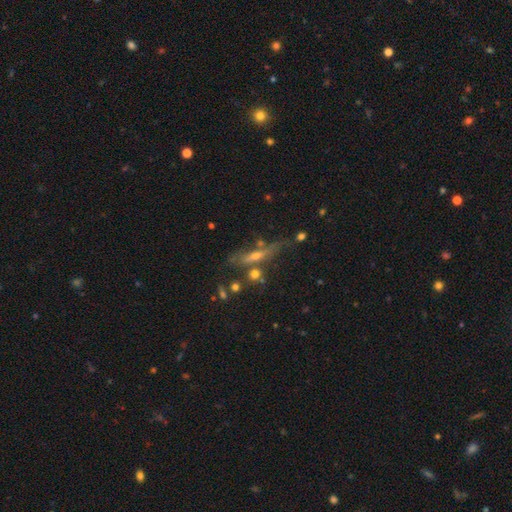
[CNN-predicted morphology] Overall: featured or disk (60%; smooth 23%). Edge-on disk: yes (75%). Merging: none (52%; minor disturbance 19%).